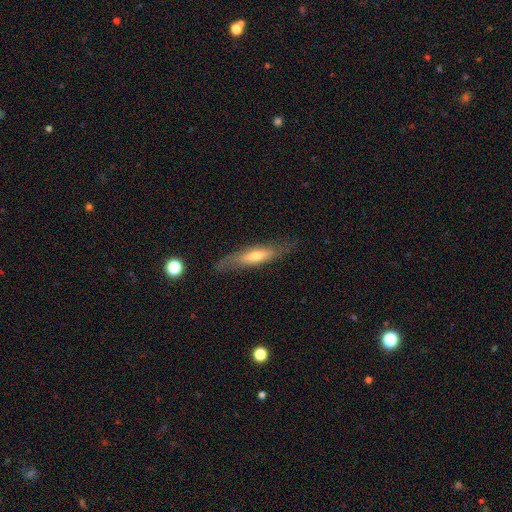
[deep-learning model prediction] Overall: featured or disk (52%; smooth 41%). Edge-on disk: yes (70%; no 30%). Merging: none (75%).